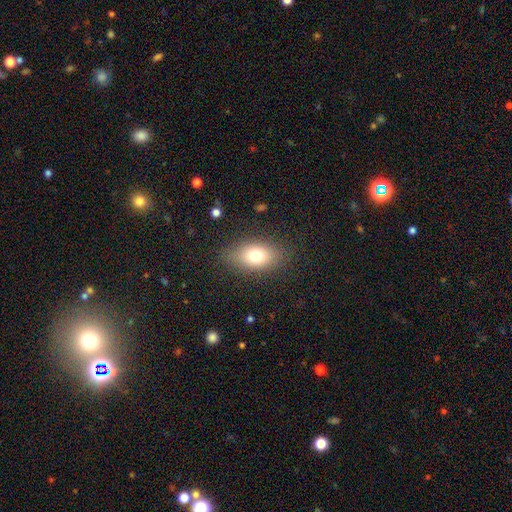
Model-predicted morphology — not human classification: Smooth or featured: smooth — 75% (featured or disk — 15%)
How rounded: in between — 84% (round — 12%)
Merging: none — 83% (minor disturbance — 12%)